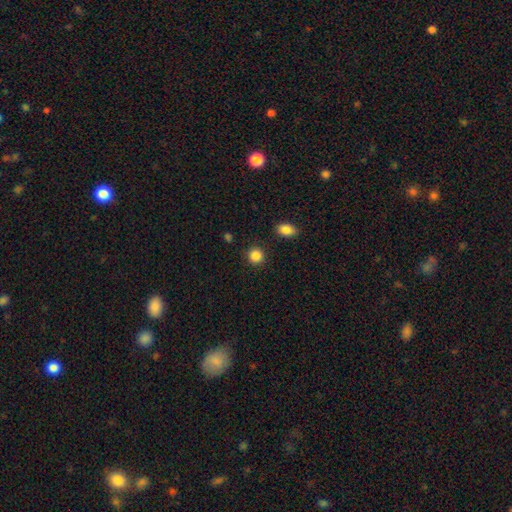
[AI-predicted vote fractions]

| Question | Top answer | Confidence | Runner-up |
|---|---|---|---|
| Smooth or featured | smooth | 87% | star or artifact (9%) |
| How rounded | round | 90% | in between (9%) |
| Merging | none | 89% | minor disturbance (6%) |